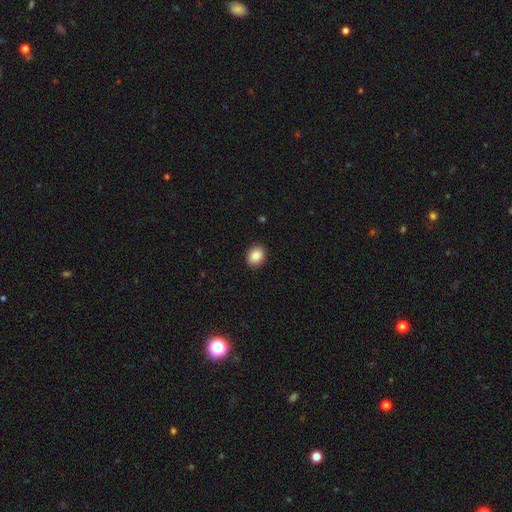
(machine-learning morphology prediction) Smooth or featured? smooth (86%)
How rounded? in between (53%)
Merging? none (91%)